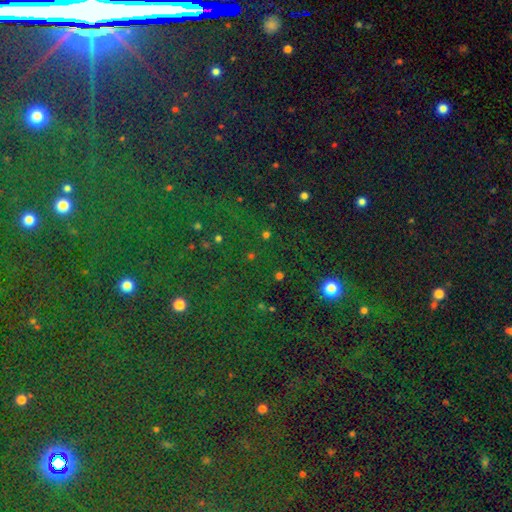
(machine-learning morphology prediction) type=star or artifact (81%).